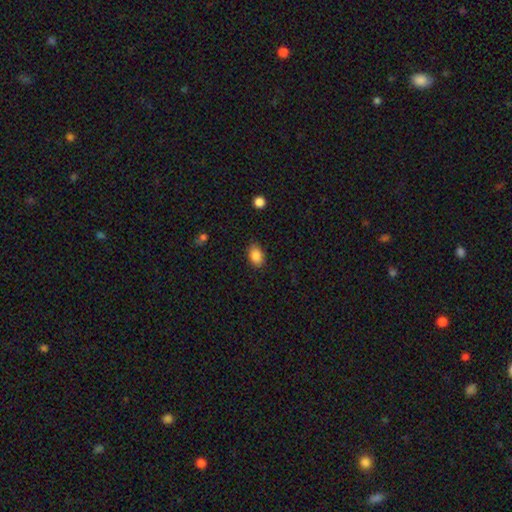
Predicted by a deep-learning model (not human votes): Smooth or featured? Predicted: smooth (p=0.87). How rounded? Predicted: in between (p=0.82). Merging? Predicted: none (p=0.83).